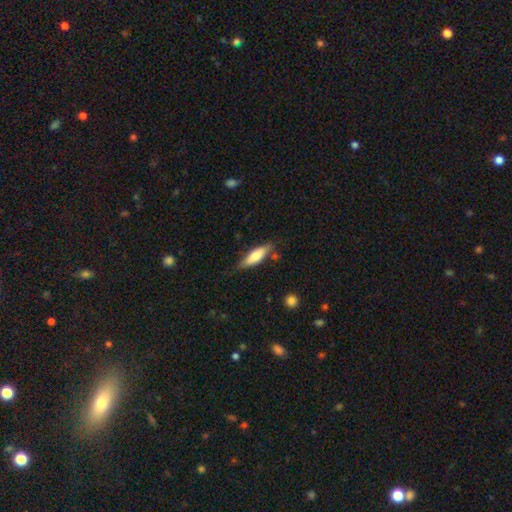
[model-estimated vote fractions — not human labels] Smooth or featured?
  - smooth: 63% *
  - featured or disk: 31%
  - star or artifact: 6%
How rounded?
  - cigar-shaped: 50% *
  - in between: 48%
  - round: 2%
Merging?
  - none: 71% *
  - minor disturbance: 21%
  - major disturbance: 5%
  - merger: 4%